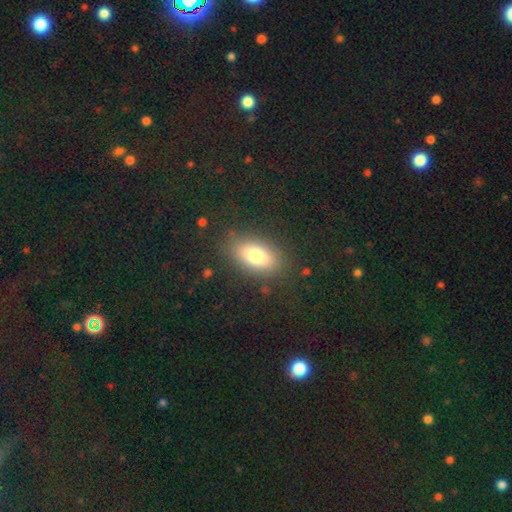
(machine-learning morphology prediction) Q: Smooth or featured?
A: smooth (77%); runner-up: featured or disk (14%)
Q: How rounded?
A: in between (87%); runner-up: round (7%)
Q: Merging?
A: none (83%); runner-up: minor disturbance (11%)